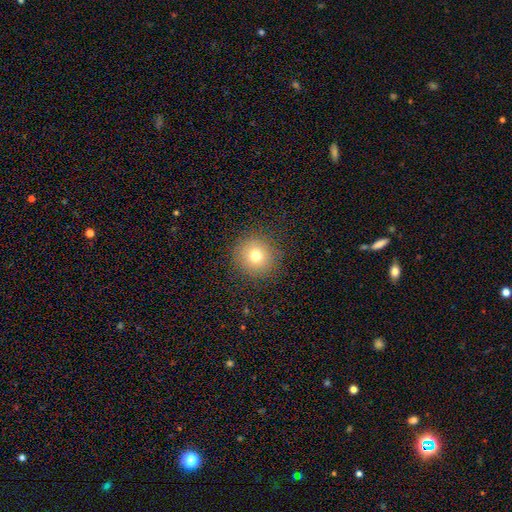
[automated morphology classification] This appears to be a smooth galaxy with no disk features (74%) that is round (95%). Merging: none (89%).